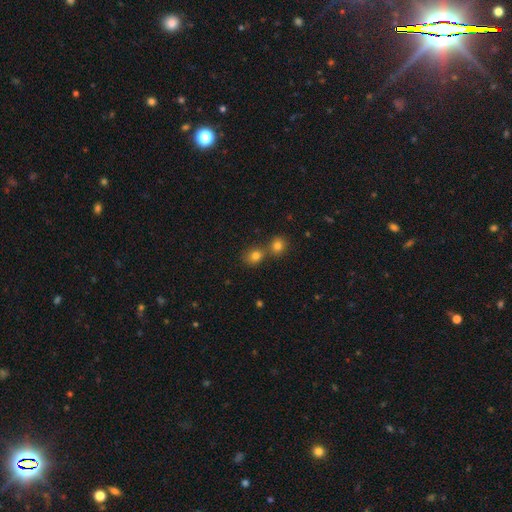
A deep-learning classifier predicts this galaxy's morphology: smooth_or_featured: smooth (p=0.78) [alt: star or artifact p=0.14]
how_rounded: round (p=0.70) [alt: in between p=0.29]
merging: none (p=0.51) [alt: merger p=0.39]